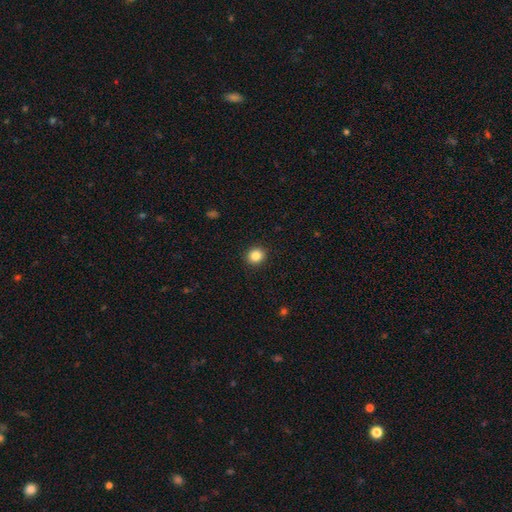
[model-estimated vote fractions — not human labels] This appears to be a smooth galaxy with no disk features (85%) that is round (85%). Merging: none (92%).